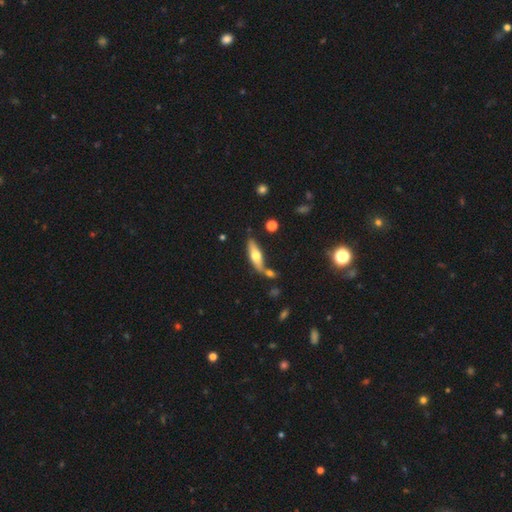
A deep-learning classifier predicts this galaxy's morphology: This is possibly a featured or disk galaxy (47%, tied with smooth). Merging: likely none (65%).